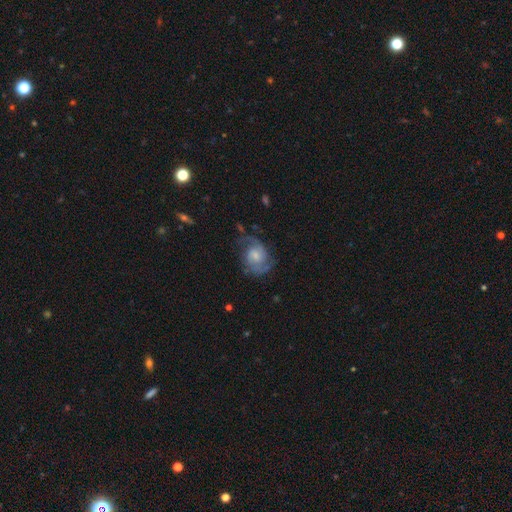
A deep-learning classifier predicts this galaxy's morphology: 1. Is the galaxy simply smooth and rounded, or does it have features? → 78% featured or disk, 15% smooth, 6% star or artifact.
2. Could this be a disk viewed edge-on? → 98% no, 2% yes.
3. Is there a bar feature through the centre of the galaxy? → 60% no, 35% weak, 5% strong.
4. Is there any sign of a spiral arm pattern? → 94% yes, 6% no.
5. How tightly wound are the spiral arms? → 50% medium, 25% loose, 25% tight.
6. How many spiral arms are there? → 84% 2, 7% can't tell, 4% 1, 3% 3, 1% 4, 1% more than 4.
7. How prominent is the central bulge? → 47% small, 33% moderate, 10% none, 8% large, 2% dominant.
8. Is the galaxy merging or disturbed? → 63% none, 21% minor disturbance, 15% major disturbance, 2% merger.